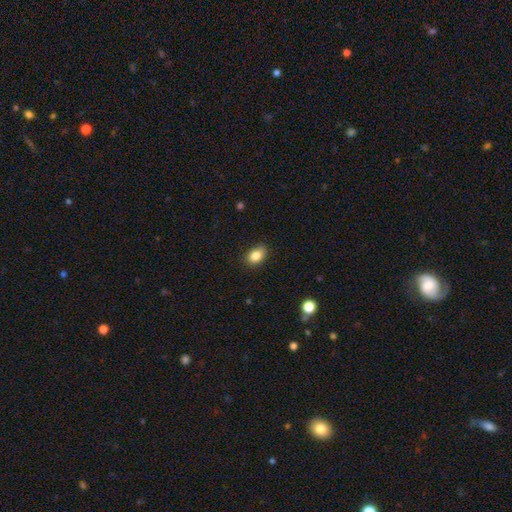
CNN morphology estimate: Overall: smooth (84%). How rounded: in between (81%). Merging: none (83%).